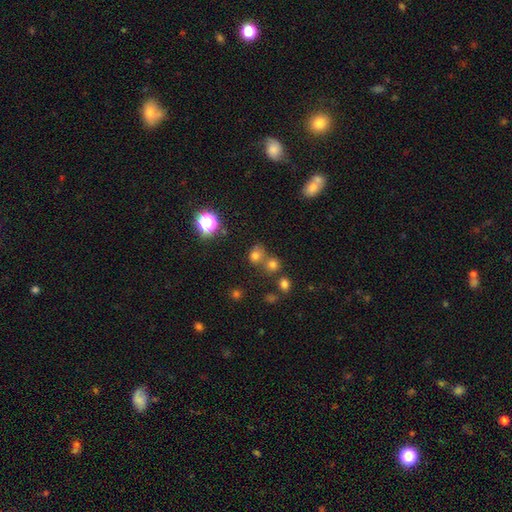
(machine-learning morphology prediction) The model was most divided on "merging": none: 54%, merger: 32%, minor disturbance: 10%, major disturbance: 5%. More confident: how rounded — round (79%); smooth or featured — smooth (67%).